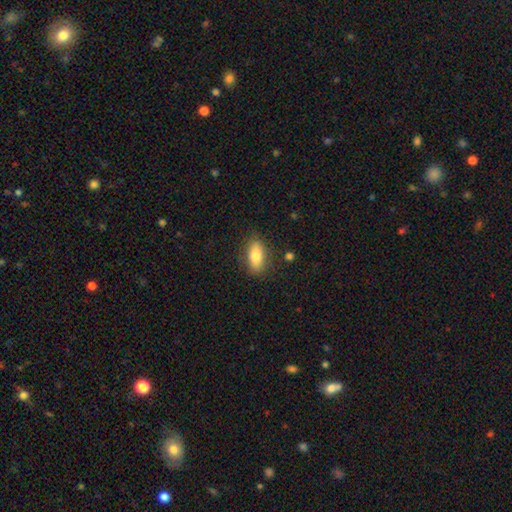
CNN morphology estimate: smooth 77%, featured or disk 16%, star or artifact 7%. Down the decision tree: how rounded — in between (83%); merging — none (82%).